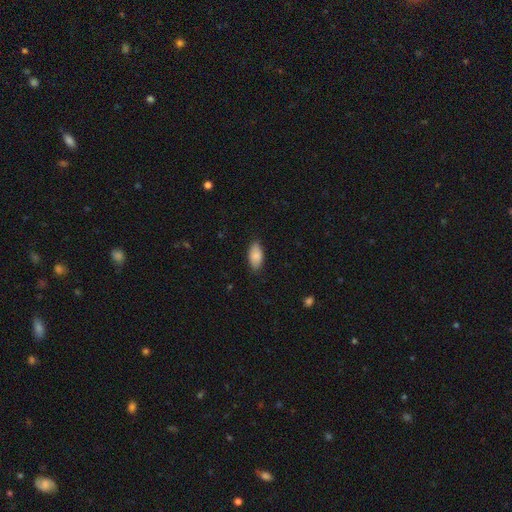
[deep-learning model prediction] Morphology: type=smooth (87%); roundness=in between (92%); merging=none (85%).